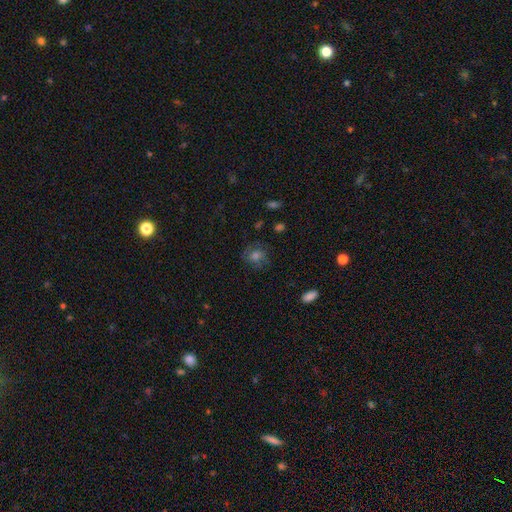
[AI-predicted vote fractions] Morphology: type=smooth (46%); merging=none (75%).